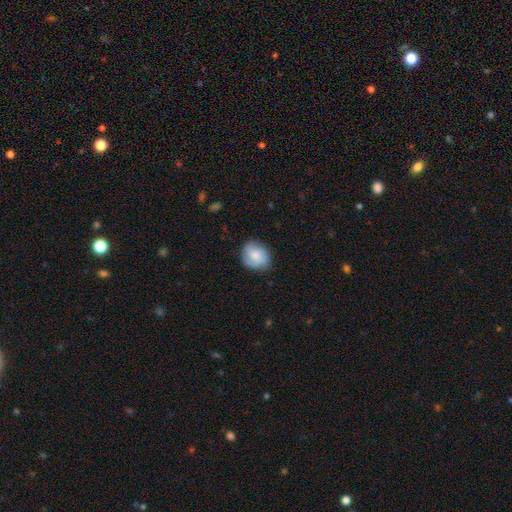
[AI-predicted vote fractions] Smooth or featured? Predicted: smooth (p=0.73). How rounded? Predicted: round (p=0.57). Merging? Predicted: none (p=0.74).